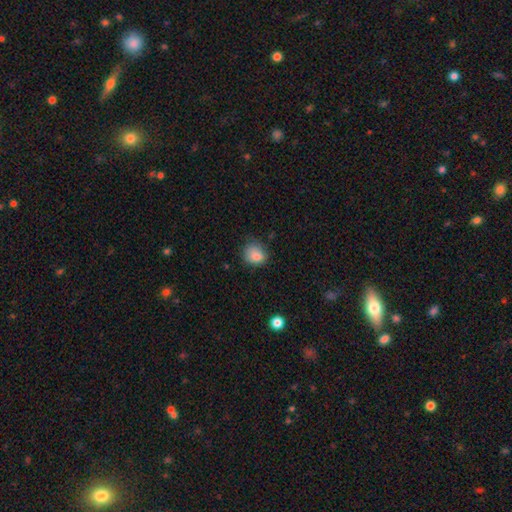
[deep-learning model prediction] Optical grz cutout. It shows a smooth galaxy with no disk features (84%) that is round (62%). Merging: none (62%).